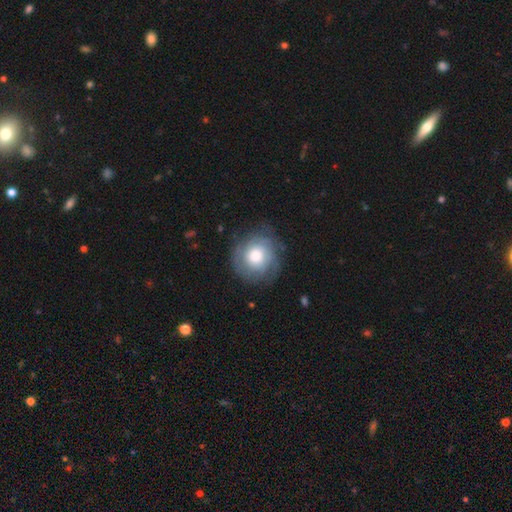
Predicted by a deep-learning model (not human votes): smooth_or_featured: featured or disk (p=0.52) [alt: smooth p=0.40]
disk_edge_on: no (p=0.97) [alt: yes p=0.03]
bar: no (p=0.83) [alt: weak p=0.14]
has_spiral_arms: yes (p=0.78) [alt: no p=0.22]
bulge_size: large (p=0.45) [alt: moderate p=0.43]
merging: none (p=0.75) [alt: minor disturbance p=0.16]